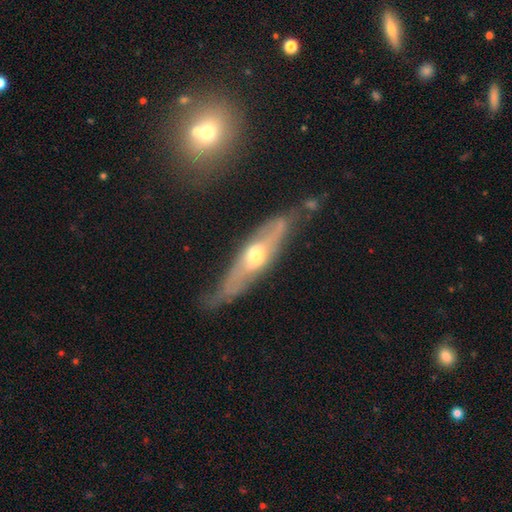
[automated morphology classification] Smooth or featured? Predicted: featured or disk (p=0.70). Edge-on disk? Predicted: yes (p=0.54). Merging? Predicted: none (p=0.67).